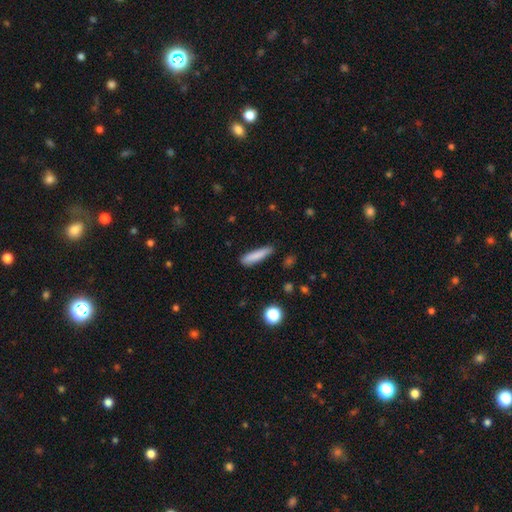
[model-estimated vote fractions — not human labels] Smooth or featured? smooth (84%)
How rounded? cigar-shaped (83%)
Merging? none (78%)